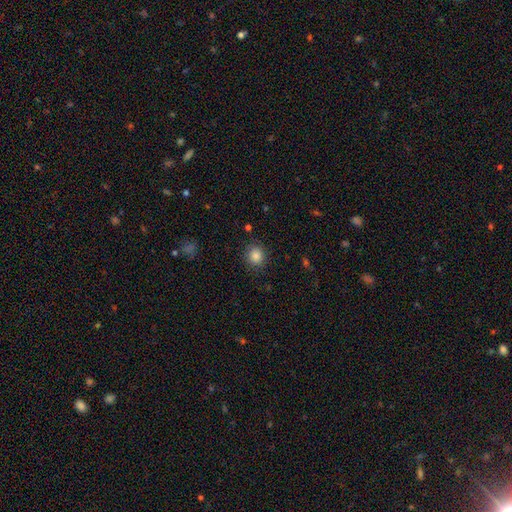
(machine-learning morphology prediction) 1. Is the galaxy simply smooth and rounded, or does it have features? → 86% smooth, 10% star or artifact, 4% featured or disk.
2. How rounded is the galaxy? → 86% round, 13% in between, 1% cigar-shaped.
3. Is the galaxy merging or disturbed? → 88% none, 8% minor disturbance, 3% major disturbance, 1% merger.